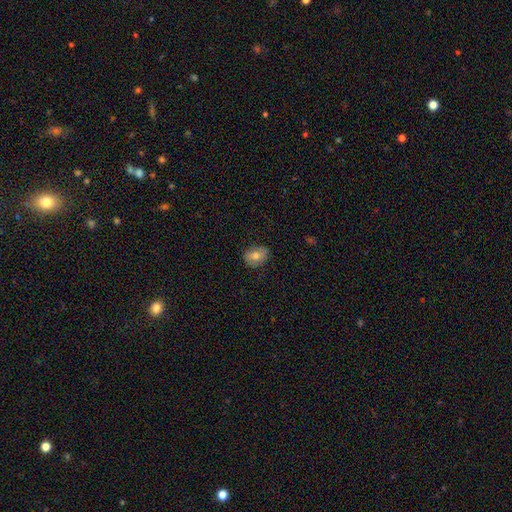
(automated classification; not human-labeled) smooth 72%, featured or disk 19%, star or artifact 9%. Down the decision tree: how rounded — in between (68%); merging — none (84%).